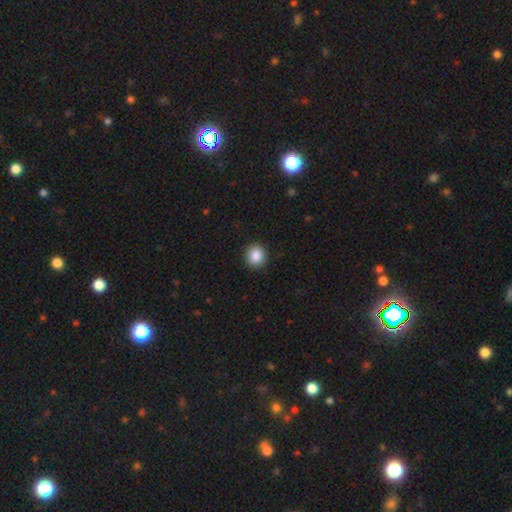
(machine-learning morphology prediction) Smooth or featured? smooth (87%)
How rounded? round (84%)
Merging? none (92%)